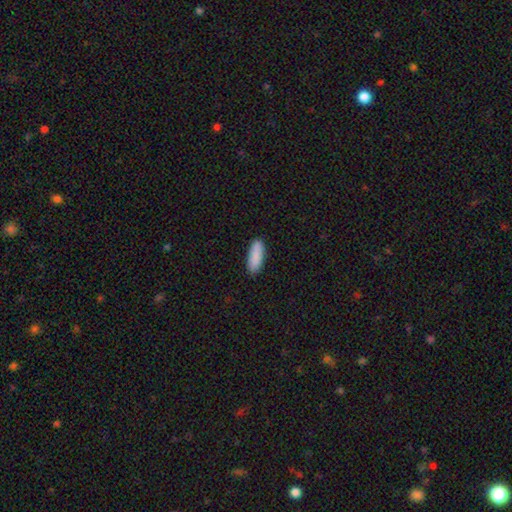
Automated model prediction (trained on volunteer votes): Q: Smooth or featured?
A: smooth (89%); runner-up: star or artifact (6%)
Q: How rounded?
A: in between (63%); runner-up: cigar-shaped (36%)
Q: Merging?
A: none (88%); runner-up: minor disturbance (9%)